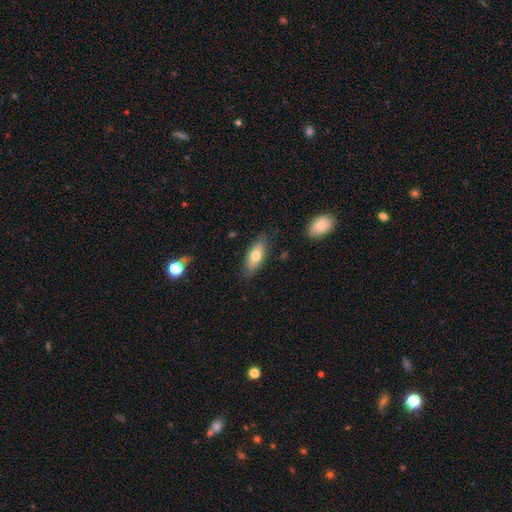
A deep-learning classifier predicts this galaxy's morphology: This appears to be a smooth galaxy with no disk features (69%) that is in between round and cigar-shaped (77%). Merging: none (81%).